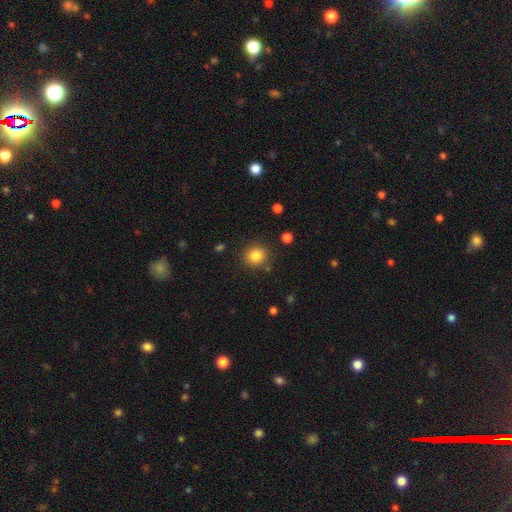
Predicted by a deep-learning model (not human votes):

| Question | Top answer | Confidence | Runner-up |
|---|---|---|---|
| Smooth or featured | smooth | 84% | star or artifact (11%) |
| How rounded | round | 87% | in between (12%) |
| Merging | none | 86% | minor disturbance (8%) |